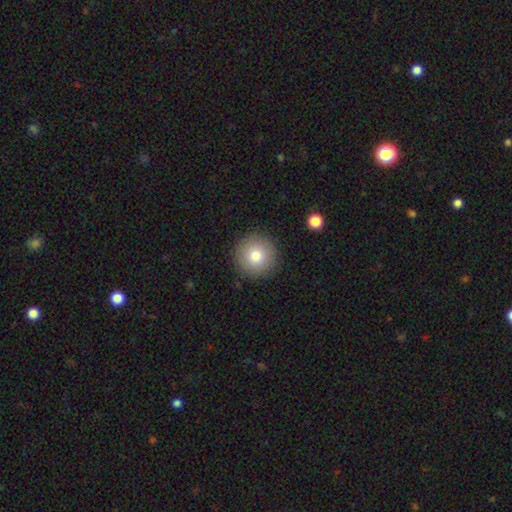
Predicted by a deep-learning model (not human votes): Smooth or featured: smooth — 80% (featured or disk — 10%)
How rounded: round — 96% (in between — 3%)
Merging: none — 91% (minor disturbance — 6%)